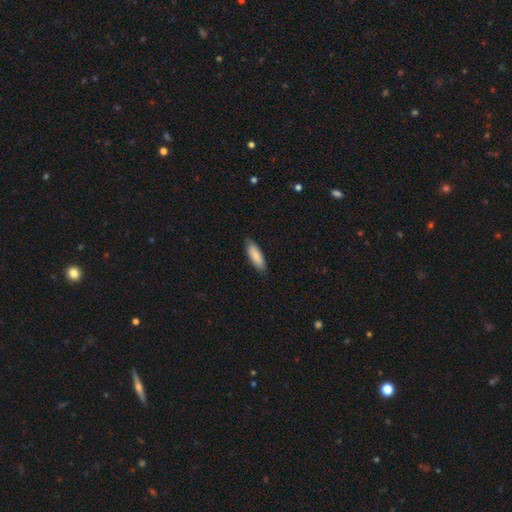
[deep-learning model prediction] Q: Smooth or featured?
A: smooth (85%); runner-up: featured or disk (9%)
Q: How rounded?
A: in between (59%); runner-up: cigar-shaped (40%)
Q: Merging?
A: none (87%); runner-up: minor disturbance (11%)